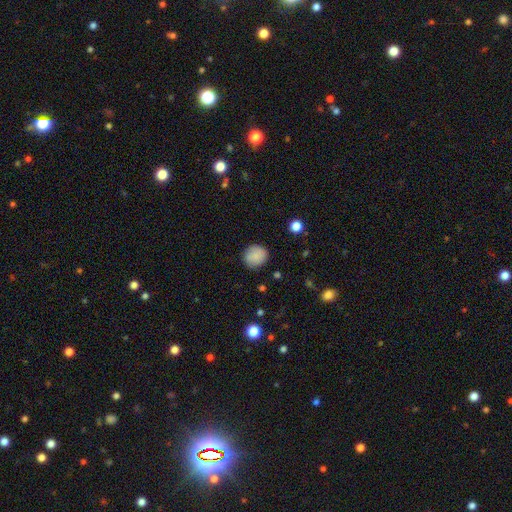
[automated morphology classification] Smooth or featured? smooth (86%)
How rounded? round (90%)
Merging? none (87%)